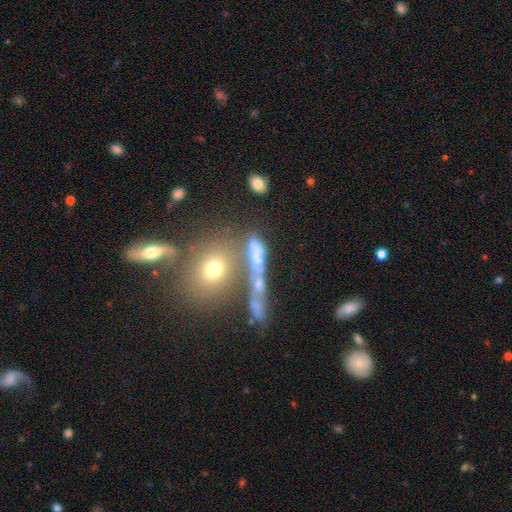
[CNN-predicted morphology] This is possibly a smooth galaxy (56%). How rounded: marginally in between (39%). Merging: marginally merger (37%).